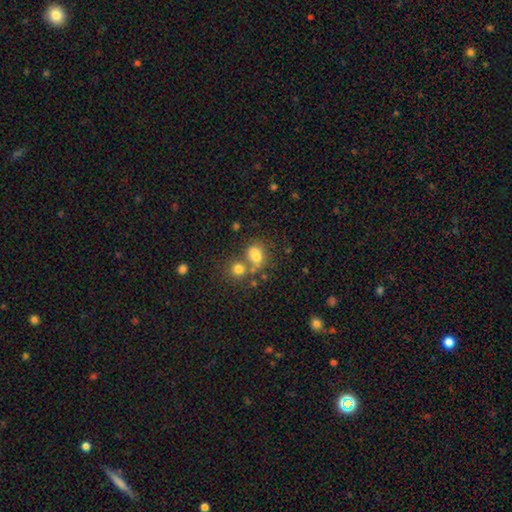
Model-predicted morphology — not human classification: Q: Smooth or featured?
A: smooth (74%); runner-up: star or artifact (14%)
Q: How rounded?
A: in between (60%); runner-up: round (38%)
Q: Merging?
A: none (43%); runner-up: merger (36%)